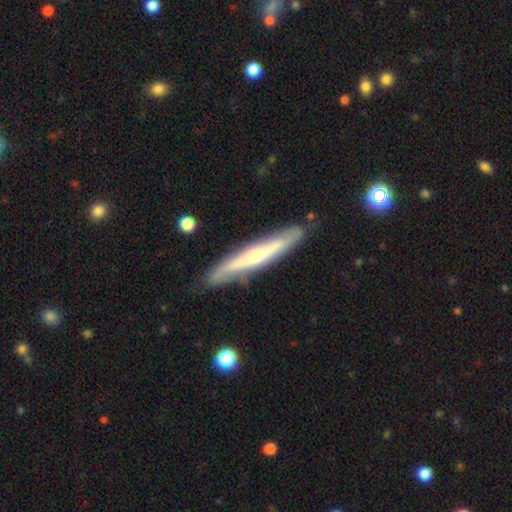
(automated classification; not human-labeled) Smooth or featured?
  - featured or disk: 61% *
  - smooth: 33%
  - star or artifact: 6%
Edge-on disk?
  - yes: 84% *
  - no: 16%
Edge-on bulge?
  - rounded: 66% *
  - none: 29%
  - boxy: 5%
Merging?
  - none: 82% *
  - minor disturbance: 13%
  - major disturbance: 3%
  - merger: 2%